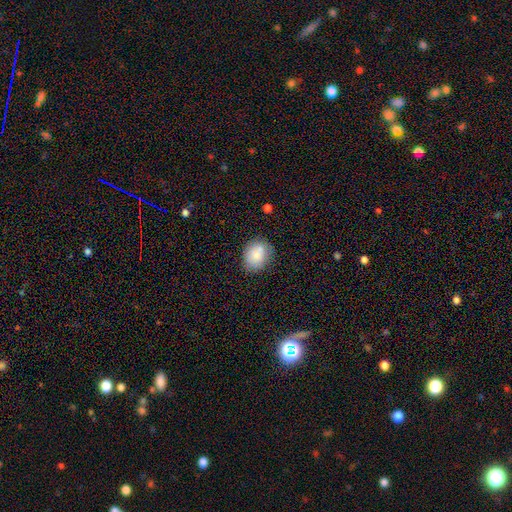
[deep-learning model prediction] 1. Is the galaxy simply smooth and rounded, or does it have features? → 79% smooth, 13% featured or disk, 8% star or artifact.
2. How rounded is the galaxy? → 51% in between, 48% round, 1% cigar-shaped.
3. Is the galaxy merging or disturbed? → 65% none, 20% minor disturbance, 11% merger, 5% major disturbance.